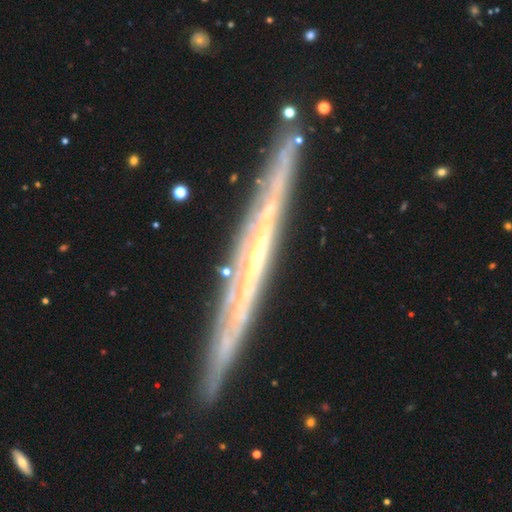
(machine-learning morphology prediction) The model was most divided on "edge-on bulge": none: 74%, rounded: 21%, boxy: 5%. More confident: edge-on disk — yes (94%); merging — none (87%); smooth or featured — featured or disk (81%).